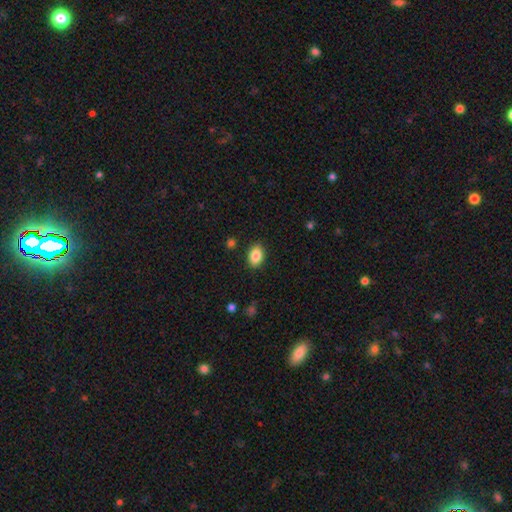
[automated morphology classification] Smooth or featured?
  - smooth: 86% *
  - star or artifact: 8%
  - featured or disk: 6%
How rounded?
  - in between: 85% *
  - round: 14%
  - cigar-shaped: 1%
Merging?
  - none: 88% *
  - minor disturbance: 9%
  - major disturbance: 2%
  - merger: 1%